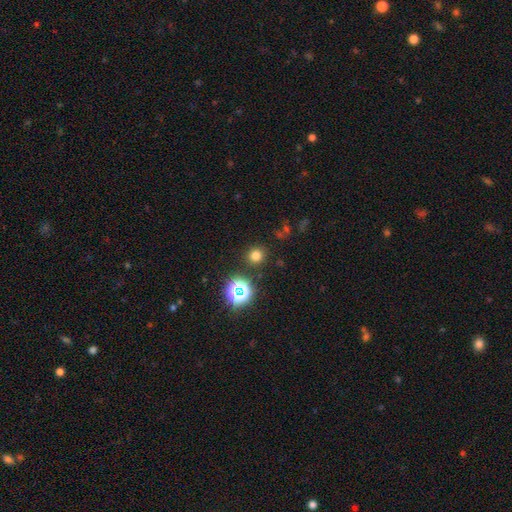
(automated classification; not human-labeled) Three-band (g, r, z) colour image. It shows a smooth galaxy with no disk features (73%) that is round (91%). Merging: none (88%).